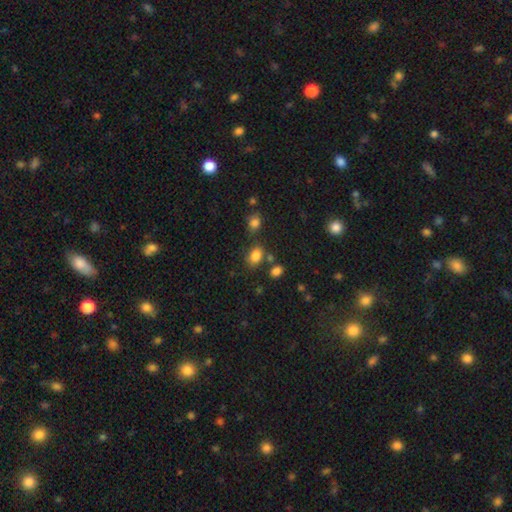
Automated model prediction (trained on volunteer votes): The model was most divided on "how rounded": in between: 73%, round: 26%, cigar-shaped: 1%. More confident: smooth or featured — smooth (83%); merging — none (68%).